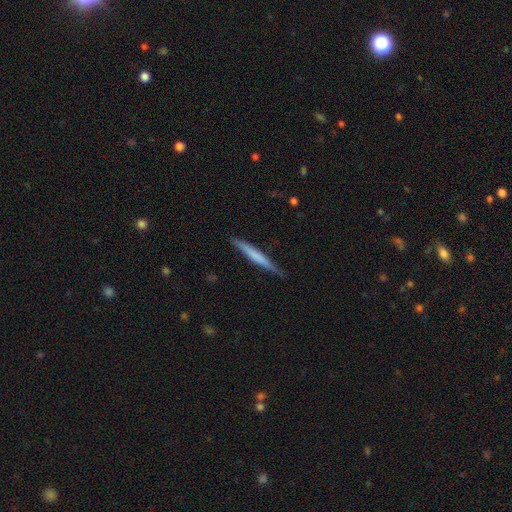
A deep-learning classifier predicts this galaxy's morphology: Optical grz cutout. It shows a smooth galaxy with no disk features (56%) that is cigar-shaped (96%). Merging: none (86%).